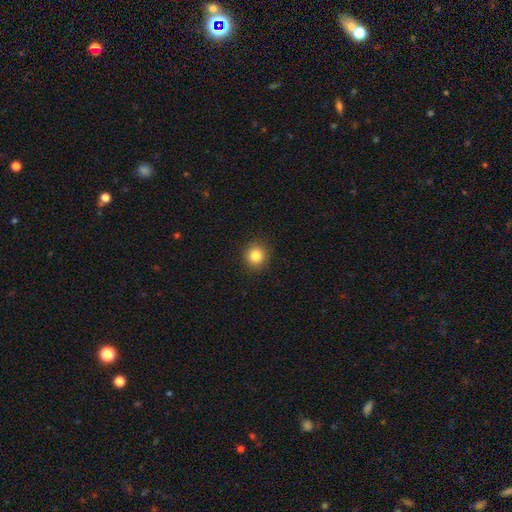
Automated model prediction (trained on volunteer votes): Smooth or featured? smooth (83%)
How rounded? round (91%)
Merging? none (92%)